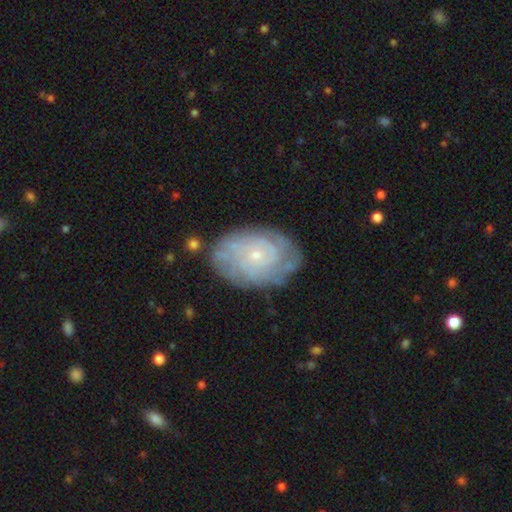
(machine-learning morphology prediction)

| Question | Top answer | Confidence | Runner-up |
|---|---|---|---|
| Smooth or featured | featured or disk | 74% | smooth (20%) |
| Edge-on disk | no | 96% | yes (4%) |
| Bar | no | 83% | weak (15%) |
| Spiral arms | yes | 85% | no (15%) |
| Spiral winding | tight | 75% | medium (19%) |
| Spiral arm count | can't tell | 53% | 4 (12%) |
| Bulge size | small | 82% | moderate (14%) |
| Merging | none | 74% | minor disturbance (18%) |